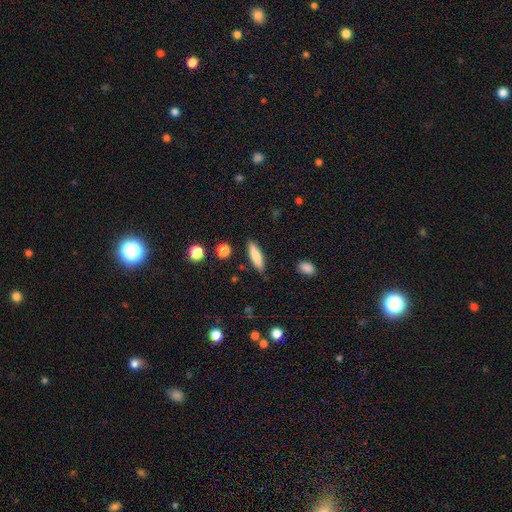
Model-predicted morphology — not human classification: smooth_or_featured: smooth (p=0.75) [alt: featured or disk p=0.18]
how_rounded: cigar-shaped (p=0.69) [alt: in between p=0.29]
merging: none (p=0.86) [alt: minor disturbance p=0.10]